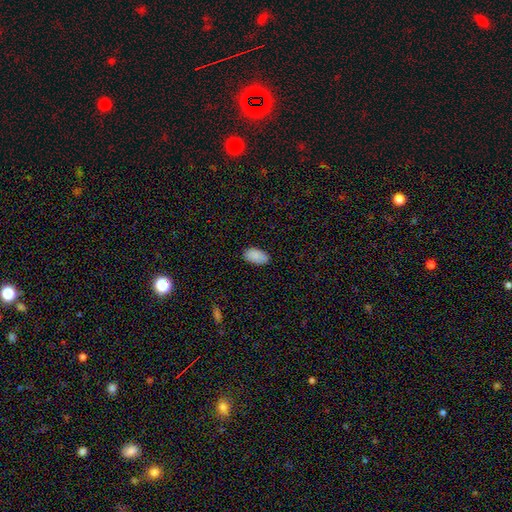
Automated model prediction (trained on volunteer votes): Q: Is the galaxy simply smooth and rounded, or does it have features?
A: smooth — 88%.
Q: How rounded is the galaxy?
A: in between — 95%.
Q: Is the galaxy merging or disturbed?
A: none — 84%.